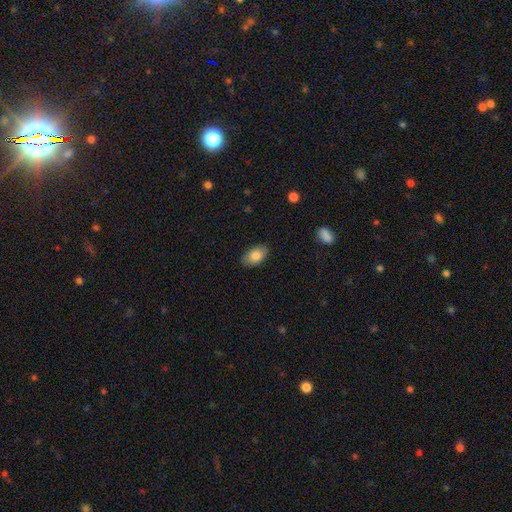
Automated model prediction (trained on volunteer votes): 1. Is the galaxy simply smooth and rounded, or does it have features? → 83% smooth, 10% featured or disk, 7% star or artifact.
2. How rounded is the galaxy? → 92% in between, 7% round, 2% cigar-shaped.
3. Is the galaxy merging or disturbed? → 84% none, 12% minor disturbance, 2% major disturbance, 1% merger.